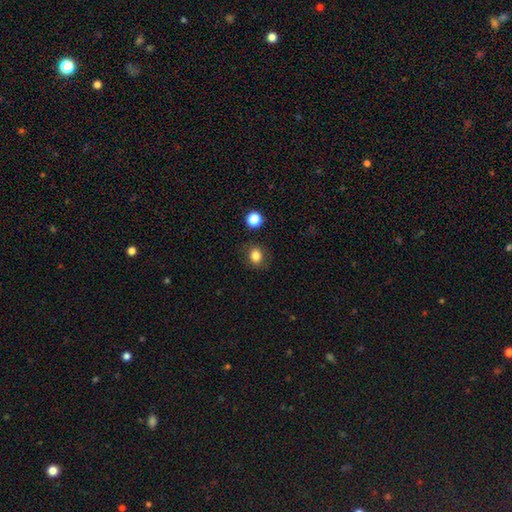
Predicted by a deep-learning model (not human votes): Morphology: type=smooth (83%); roundness=round (66%); merging=none (83%).